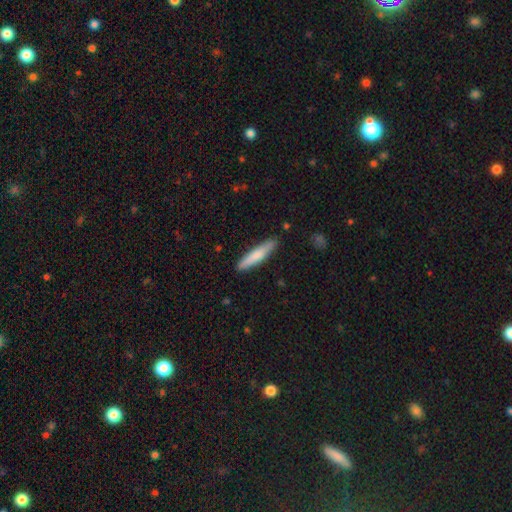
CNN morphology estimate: smooth-or-featured: smooth: 73% | featured or disk: 22% | star or artifact: 5%
  how-rounded: cigar-shaped: 88% | in between: 10% | round: 1%
  merging: none: 88% | minor disturbance: 9% | major disturbance: 2% | merger: 1%